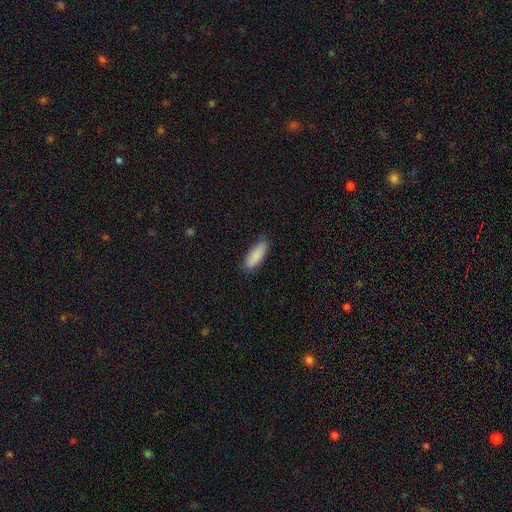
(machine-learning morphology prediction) A smooth galaxy with no disk features (88%) that is in between round and cigar-shaped (61%).

Vote fractions:
- Smooth or featured? smooth: 88% / star or artifact: 6% / featured or disk: 6%
- How rounded? in between: 61% / cigar-shaped: 37% / round: 2%
- Merging? none: 81% / minor disturbance: 15% / major disturbance: 2% / merger: 1%